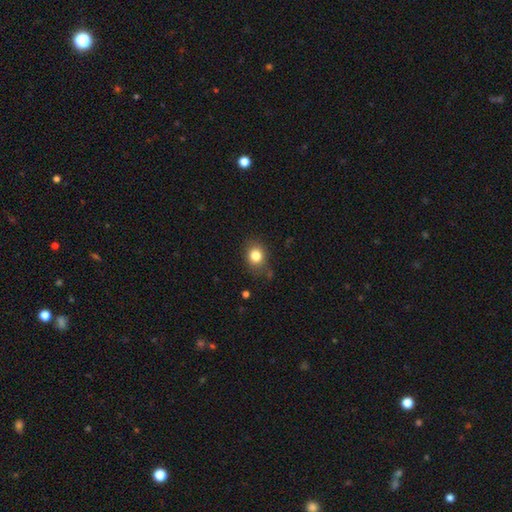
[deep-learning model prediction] Smooth or featured? Predicted: smooth (p=0.82). How rounded? Predicted: round (p=0.63). Merging? Predicted: none (p=0.76).